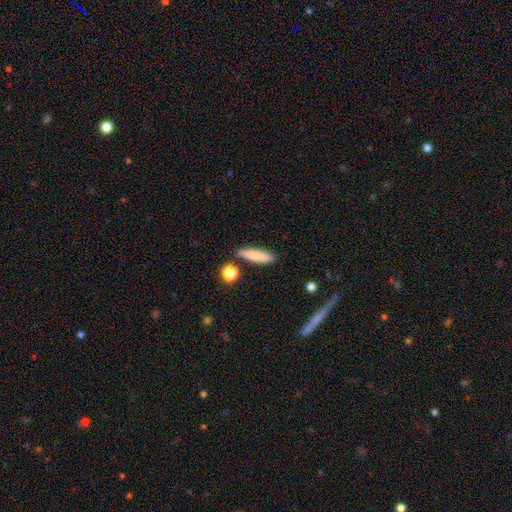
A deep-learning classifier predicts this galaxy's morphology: type=smooth (79%); roundness=cigar-shaped (73%); merging=none (83%).